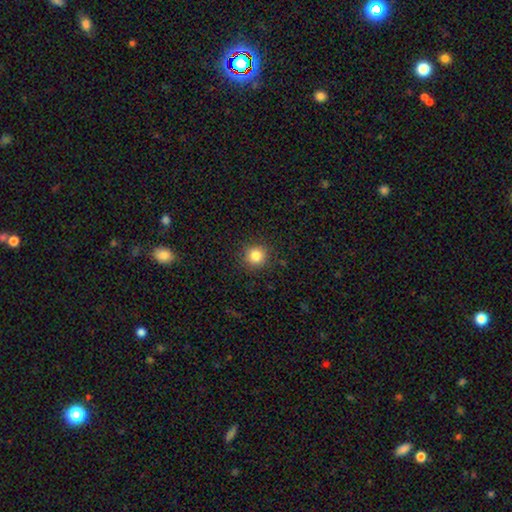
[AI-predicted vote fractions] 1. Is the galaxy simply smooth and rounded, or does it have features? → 84% smooth, 11% star or artifact, 5% featured or disk.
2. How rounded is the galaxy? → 94% round, 5% in between, 1% cigar-shaped.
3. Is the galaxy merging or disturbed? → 91% none, 6% minor disturbance, 2% major disturbance, 1% merger.